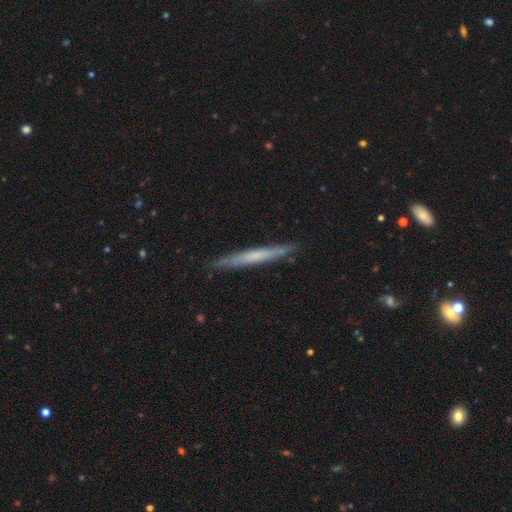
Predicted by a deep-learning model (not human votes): A smooth galaxy with no disk features (49%).

Vote fractions:
- Smooth or featured? smooth: 49% / featured or disk: 45% / star or artifact: 6%
- Merging? none: 86% / minor disturbance: 11% / major disturbance: 2% / merger: 1%